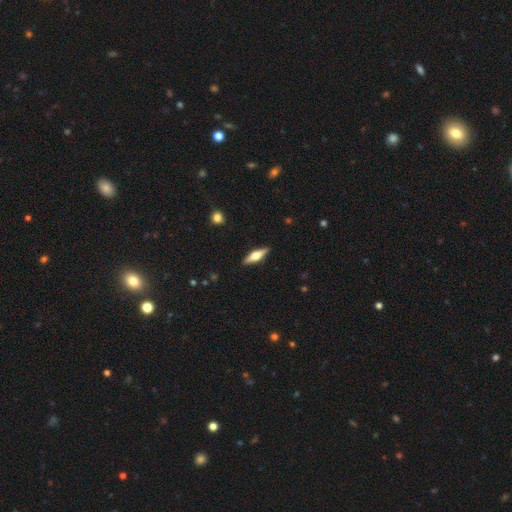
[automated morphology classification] type=featured or disk (58%); edge-on=yes (95%); edge-on bulge=rounded (93%); merging=none (90%).